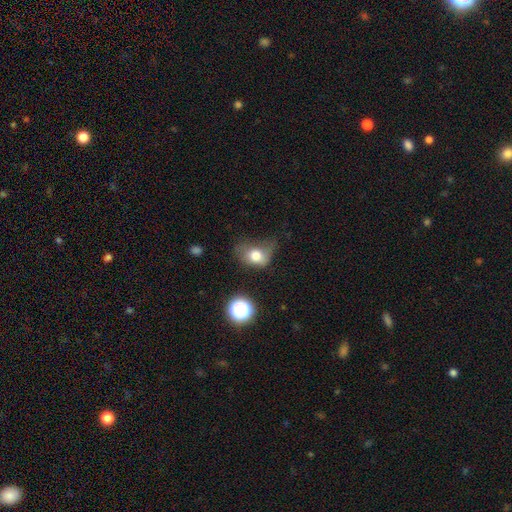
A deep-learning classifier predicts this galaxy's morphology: This is likely a smooth galaxy (74%). How rounded: possibly in between (60%). Merging: marginally minor disturbance (35%).